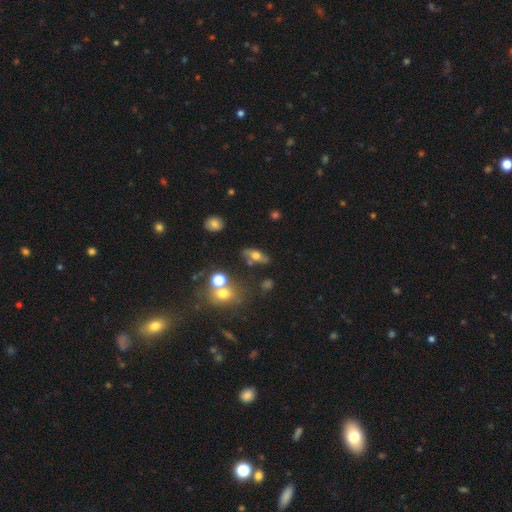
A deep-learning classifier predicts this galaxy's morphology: This appears to be a smooth galaxy with no disk features (55%) that is in between round and cigar-shaped (66%). Merging: none (68%).